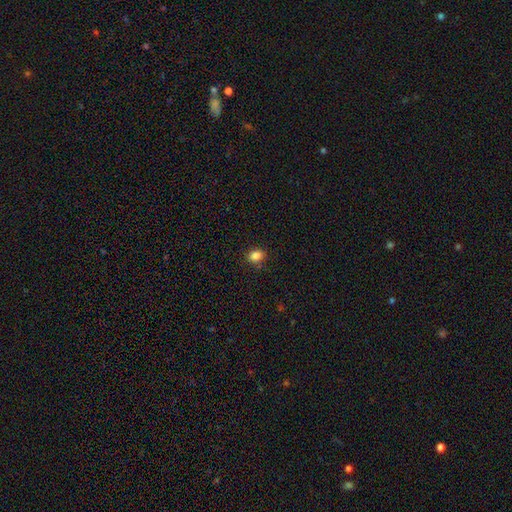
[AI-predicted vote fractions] This appears to be a smooth galaxy with no disk features (85%) that is in between round and cigar-shaped (56%). Merging: none (86%).